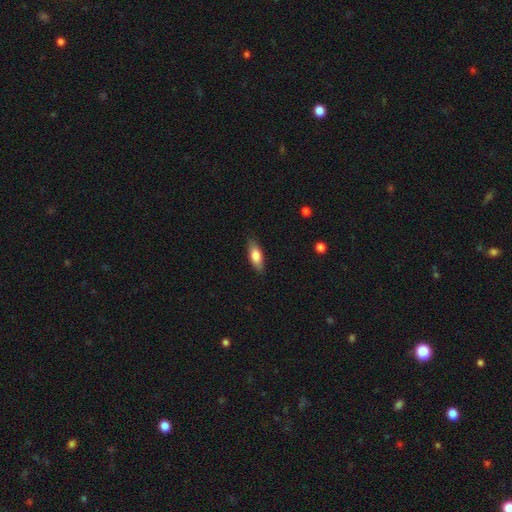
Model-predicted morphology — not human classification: Smooth or featured?
  - smooth: 76% *
  - featured or disk: 17%
  - star or artifact: 6%
How rounded?
  - in between: 70% *
  - cigar-shaped: 27%
  - round: 2%
Merging?
  - none: 85% *
  - minor disturbance: 12%
  - major disturbance: 2%
  - merger: 1%